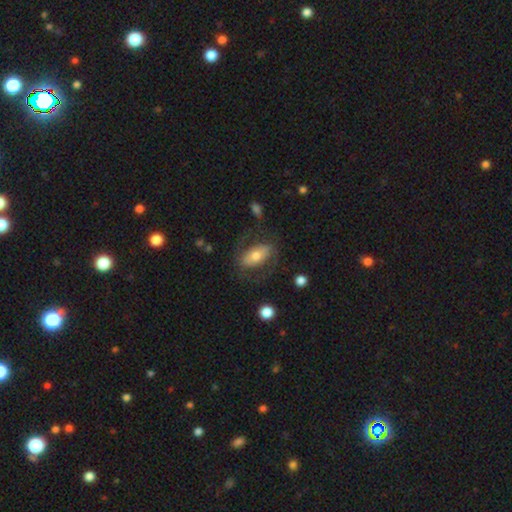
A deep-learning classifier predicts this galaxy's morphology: Overall: featured or disk (48%; smooth 46%). Merging: none (65%).